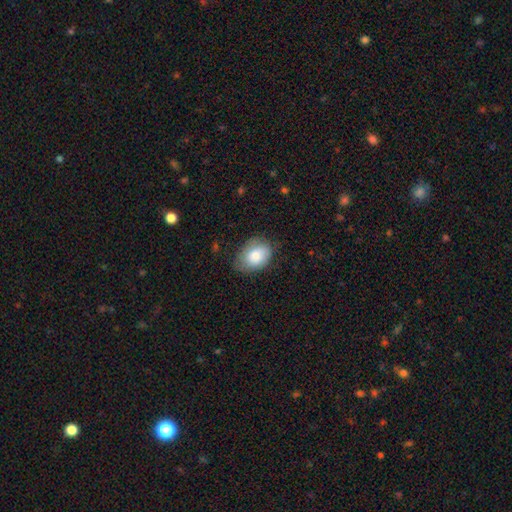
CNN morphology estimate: A smooth galaxy with no disk features (79%) that is in between round and cigar-shaped (77%). Merging: none (67%).